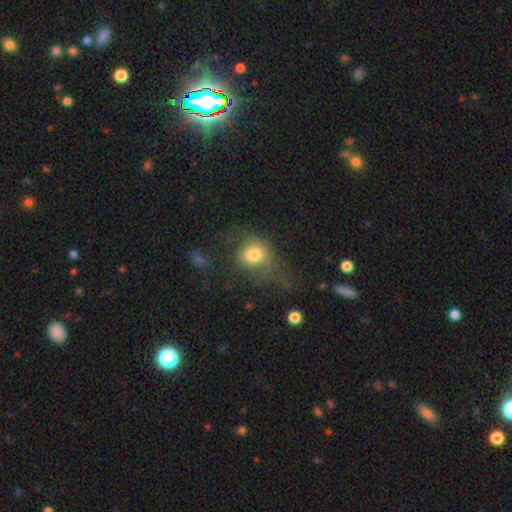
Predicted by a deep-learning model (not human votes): Overall: smooth (71%). How rounded: round (73%). Merging: none (37%, tied with major disturbance).